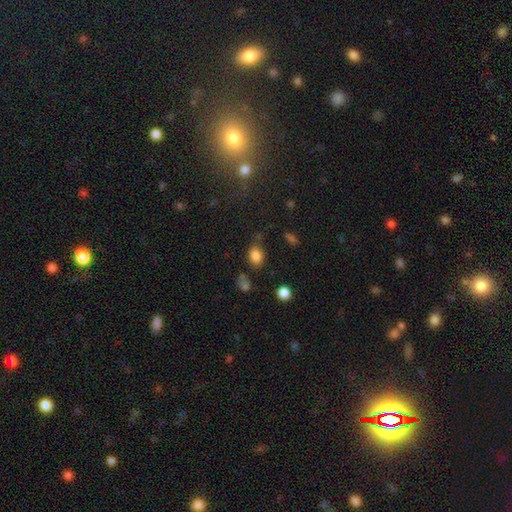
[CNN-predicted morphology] smooth_or_featured: smooth (p=0.82) [alt: star or artifact p=0.12]
how_rounded: in between (p=0.72) [alt: round p=0.27]
merging: none (p=0.71) [alt: minor disturbance p=0.17]